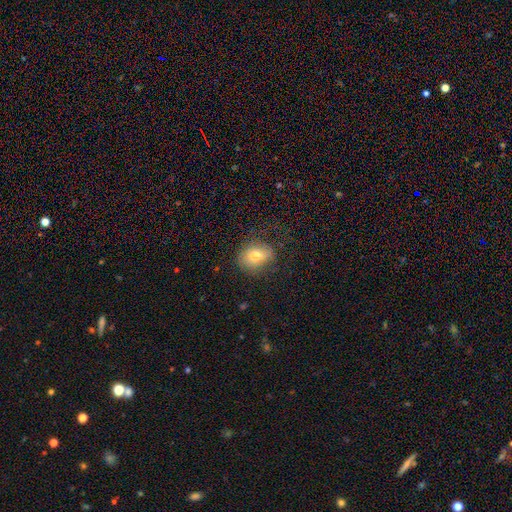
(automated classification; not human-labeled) This appears to be a smooth galaxy with no disk features (73%) that is in between round and cigar-shaped (64%). Merging: none (67%).